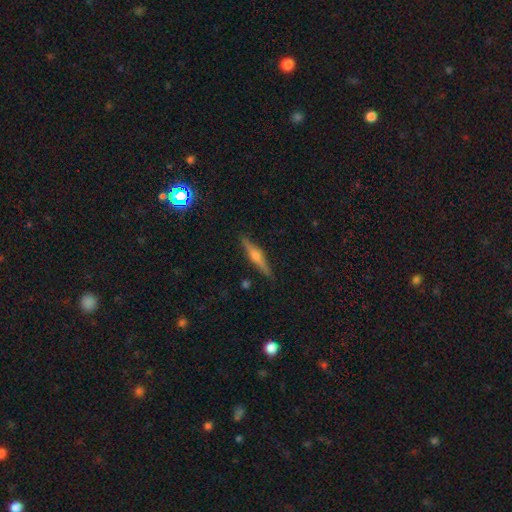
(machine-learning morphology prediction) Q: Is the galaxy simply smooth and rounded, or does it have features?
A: featured or disk — 67%.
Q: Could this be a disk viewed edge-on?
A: yes — 97%.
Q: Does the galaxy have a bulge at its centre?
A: rounded — 84%.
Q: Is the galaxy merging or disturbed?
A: none — 90%.